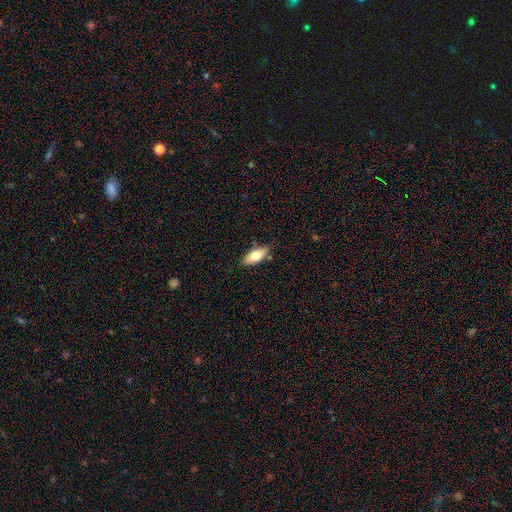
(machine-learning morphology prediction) The model was most divided on "smooth or featured": smooth: 67%, featured or disk: 26%, star or artifact: 6%. More confident: merging — none (79%); how rounded — in between (73%).